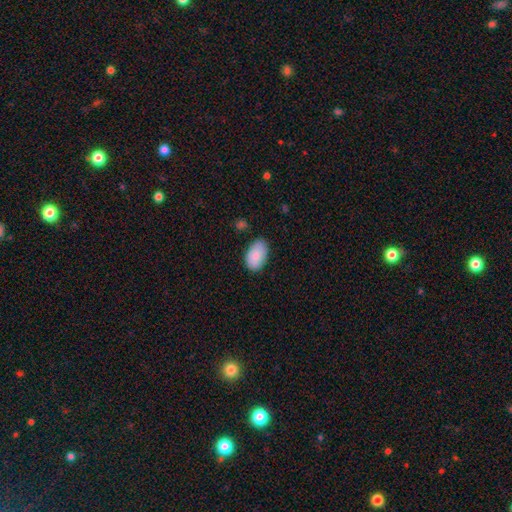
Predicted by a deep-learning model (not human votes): Q: Smooth or featured?
A: smooth (86%); runner-up: featured or disk (8%)
Q: How rounded?
A: in between (93%); runner-up: round (5%)
Q: Merging?
A: none (74%); runner-up: minor disturbance (20%)